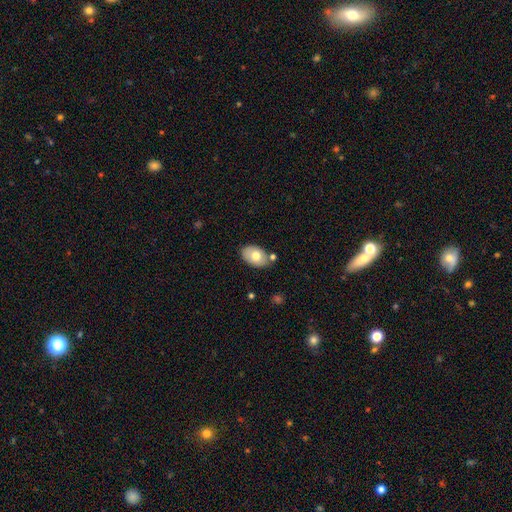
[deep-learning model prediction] This appears to be a smooth galaxy with no disk features (71%) that is in between round and cigar-shaped (88%). Merging: none (73%).